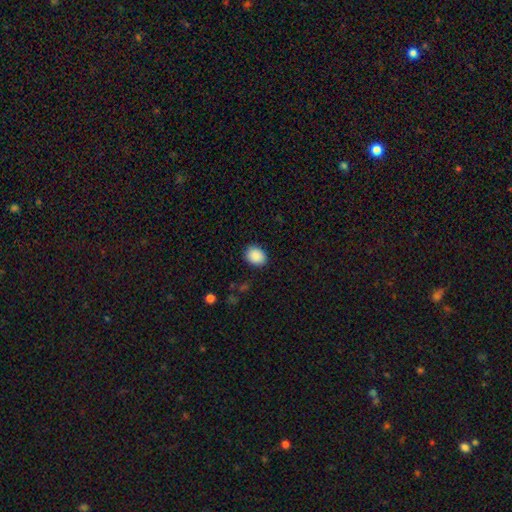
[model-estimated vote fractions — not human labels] A smooth galaxy with no disk features (89%) that is in between round and cigar-shaped (50%). Merging: none (88%).